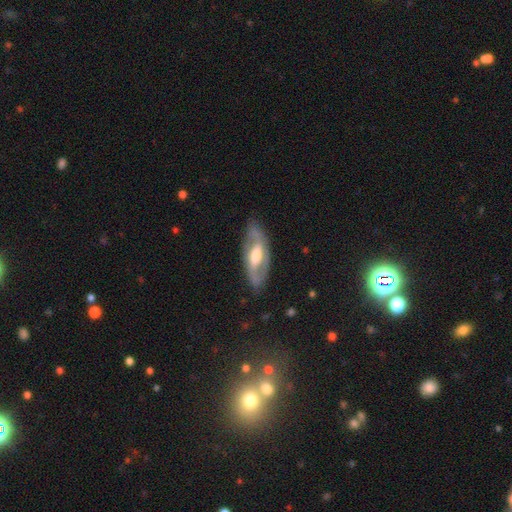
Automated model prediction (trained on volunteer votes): The model was most divided on "bar": weak: 40%, strong: 32%, no: 28%. More confident: edge-on disk — no (85%); merging — none (78%); smooth or featured — featured or disk (73%); spiral arms — yes (69%); bulge size — moderate (63%).